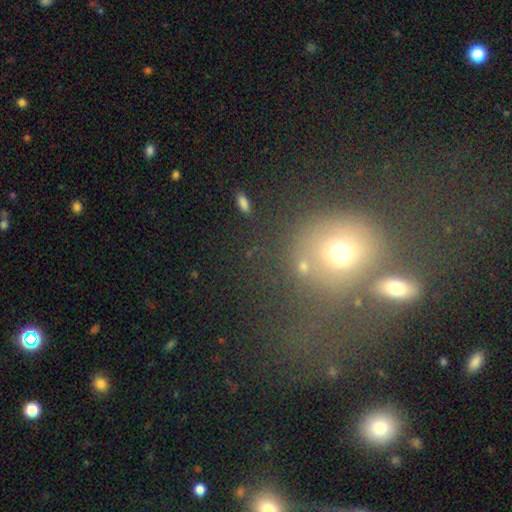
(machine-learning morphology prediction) A smooth galaxy with no disk features (58%) that is round (71%).

Vote fractions:
- Smooth or featured? smooth: 58% / star or artifact: 24% / featured or disk: 19%
- How rounded? round: 71% / in between: 28% / cigar-shaped: 2%
- Merging? none: 37% / merger: 33% / major disturbance: 18% / minor disturbance: 13%